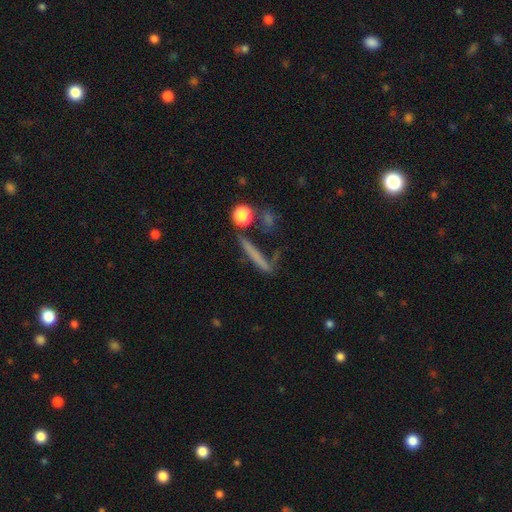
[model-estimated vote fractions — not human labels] This is possibly a smooth galaxy (54%). How rounded: clearly cigar-shaped (84%). Merging: likely none (63%).